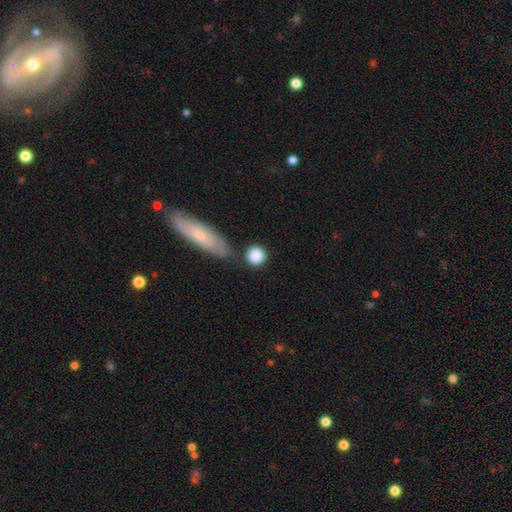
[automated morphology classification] type=smooth (86%); roundness=round (89%); merging=none (72%).